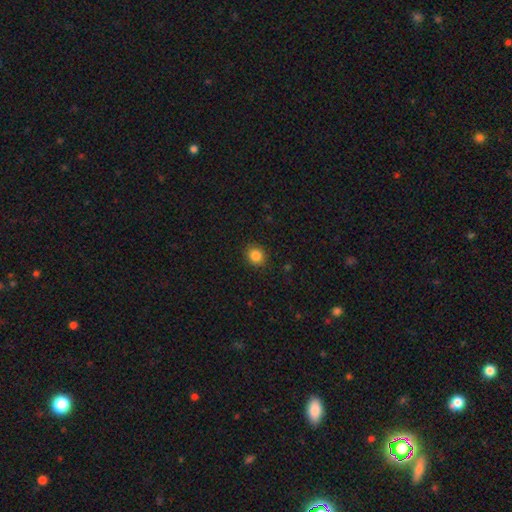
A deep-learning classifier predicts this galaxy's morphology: type=smooth (85%); roundness=round (77%); merging=none (90%).